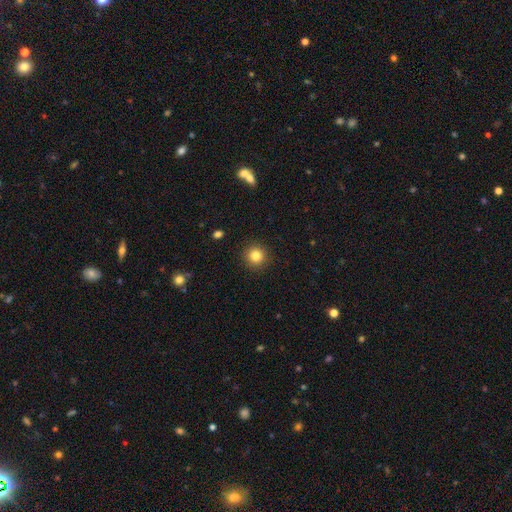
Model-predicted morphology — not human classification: Smooth or featured? Predicted: smooth (p=0.83). How rounded? Predicted: round (p=0.94). Merging? Predicted: none (p=0.92).